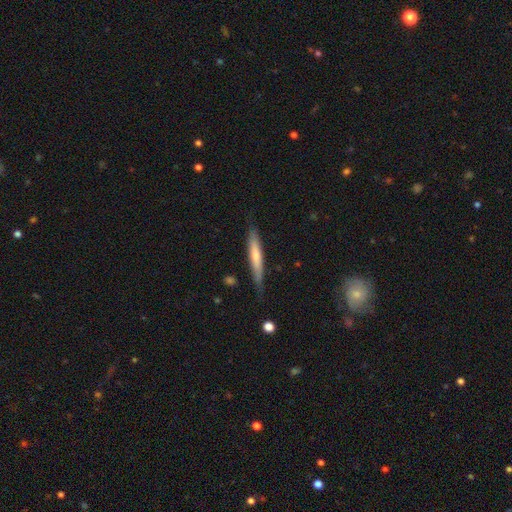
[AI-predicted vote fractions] smooth-or-featured: smooth: 61% | featured or disk: 33% | star or artifact: 5%
  how-rounded: cigar-shaped: 94% | in between: 5% | round: 1%
  merging: none: 79% | minor disturbance: 17% | major disturbance: 3% | merger: 1%